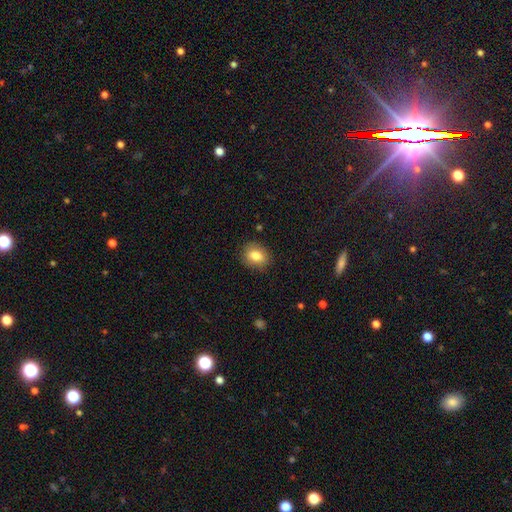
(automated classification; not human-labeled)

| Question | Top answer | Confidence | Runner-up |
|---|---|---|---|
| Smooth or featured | smooth | 83% | star or artifact (9%) |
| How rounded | in between | 53% | round (45%) |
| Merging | none | 87% | minor disturbance (10%) |